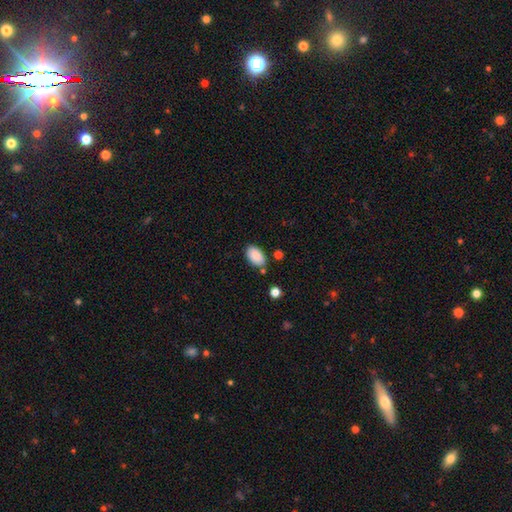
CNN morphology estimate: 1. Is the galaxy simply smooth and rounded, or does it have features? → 88% smooth, 7% star or artifact, 5% featured or disk.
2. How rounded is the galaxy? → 93% in between, 5% round, 1% cigar-shaped.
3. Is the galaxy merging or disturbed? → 79% none, 13% minor disturbance, 4% merger, 3% major disturbance.